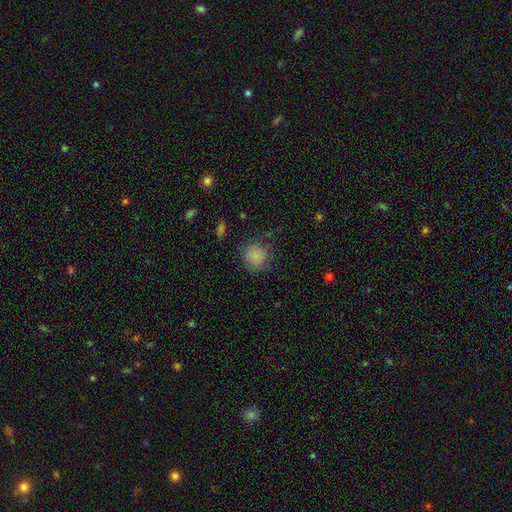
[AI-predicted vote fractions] smooth_or_featured: smooth (p=0.82) [alt: star or artifact p=0.10]
how_rounded: round (p=0.90) [alt: in between p=0.09]
merging: none (p=0.75) [alt: minor disturbance p=0.17]